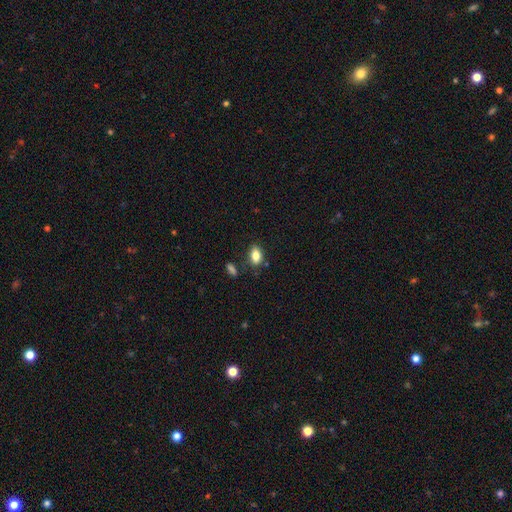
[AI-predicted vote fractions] This is clearly a smooth galaxy (83%). How rounded: clearly in between (87%). Merging: likely none (78%).